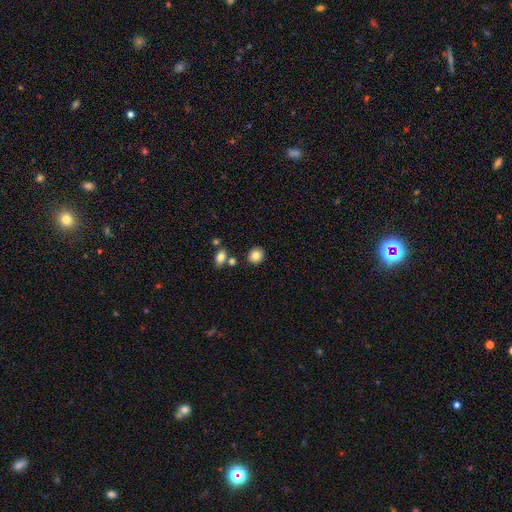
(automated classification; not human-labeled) smooth-or-featured: smooth: 82% | star or artifact: 10% | featured or disk: 8%
  how-rounded: round: 76% | in between: 23% | cigar-shaped: 1%
  merging: none: 83% | minor disturbance: 8% | merger: 6% | major disturbance: 2%